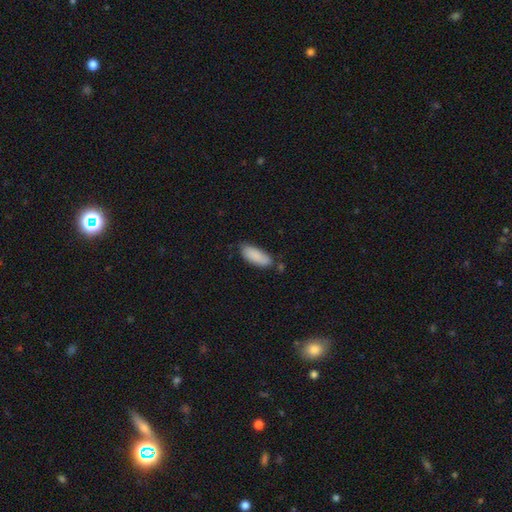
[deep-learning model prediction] Morphology: type=smooth (88%); roundness=in between (75%); merging=none (72%).